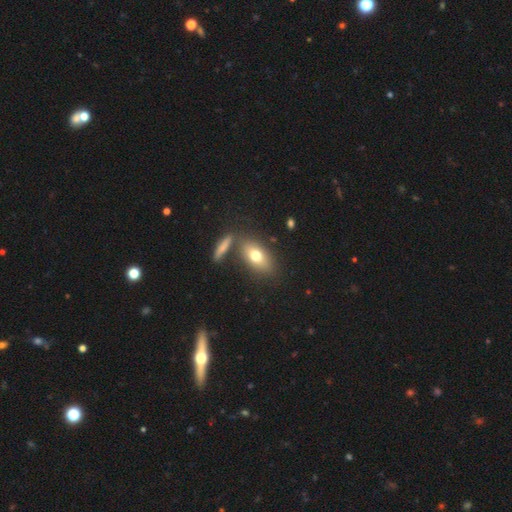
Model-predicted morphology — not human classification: Q: Smooth or featured?
A: smooth (72%); runner-up: featured or disk (20%)
Q: How rounded?
A: in between (83%); runner-up: round (9%)
Q: Merging?
A: none (68%); runner-up: merger (16%)